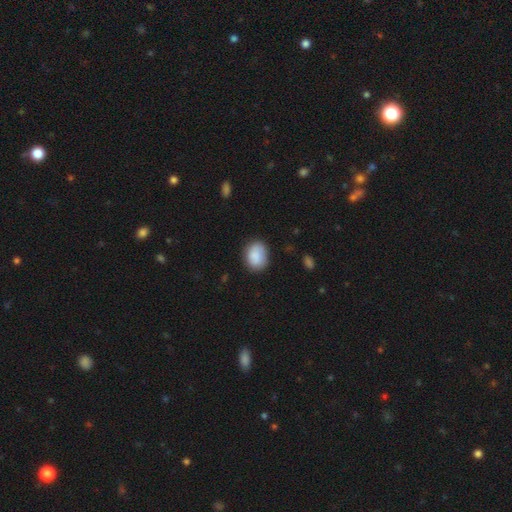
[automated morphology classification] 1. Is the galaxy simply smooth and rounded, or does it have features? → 86% smooth, 8% featured or disk, 7% star or artifact.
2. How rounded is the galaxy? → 60% in between, 39% round, 1% cigar-shaped.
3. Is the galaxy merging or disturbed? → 78% none, 16% minor disturbance, 4% major disturbance, 2% merger.